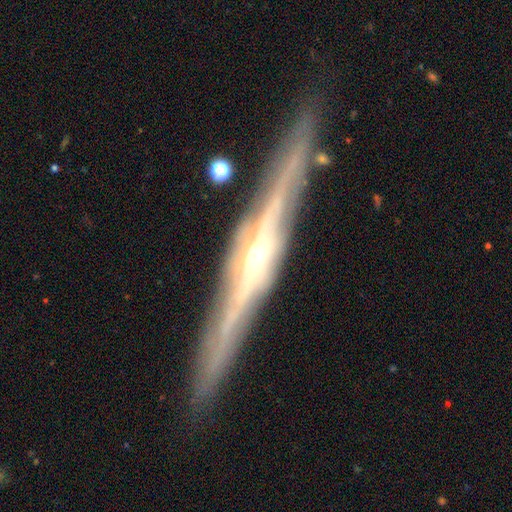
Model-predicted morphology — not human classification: Smooth or featured?
  - featured or disk: 89% *
  - smooth: 6%
  - star or artifact: 5%
Edge-on disk?
  - yes: 97% *
  - no: 3%
Edge-on bulge?
  - rounded: 72% *
  - boxy: 20%
  - none: 8%
Merging?
  - none: 90% *
  - minor disturbance: 7%
  - major disturbance: 2%
  - merger: 1%